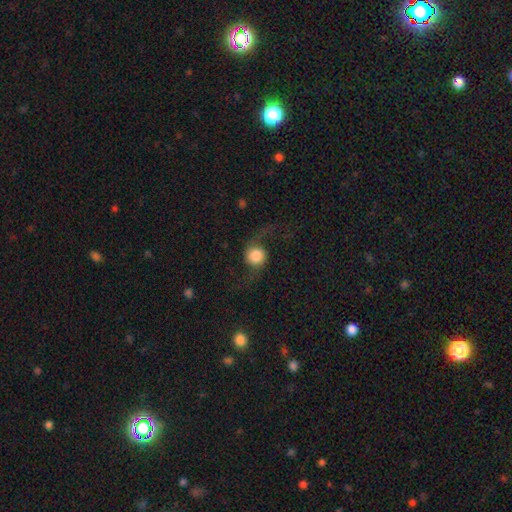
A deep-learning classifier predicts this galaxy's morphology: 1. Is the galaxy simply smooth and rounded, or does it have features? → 49% featured or disk, 40% smooth, 10% star or artifact.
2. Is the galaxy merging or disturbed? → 65% none, 17% major disturbance, 15% minor disturbance, 3% merger.